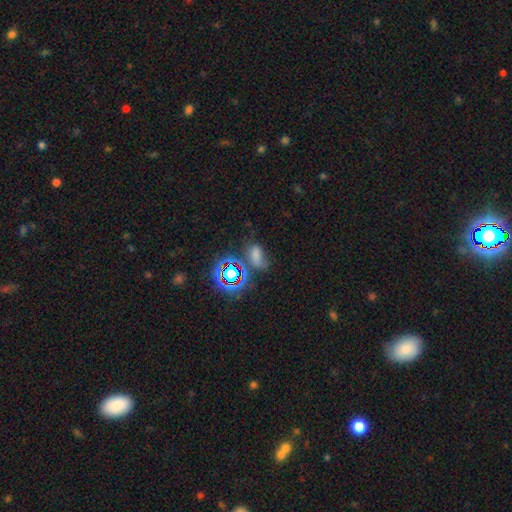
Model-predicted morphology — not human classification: Smooth or featured? Predicted: smooth (p=0.52). How rounded? Predicted: in between (p=0.82). Merging? Predicted: none (p=0.46).